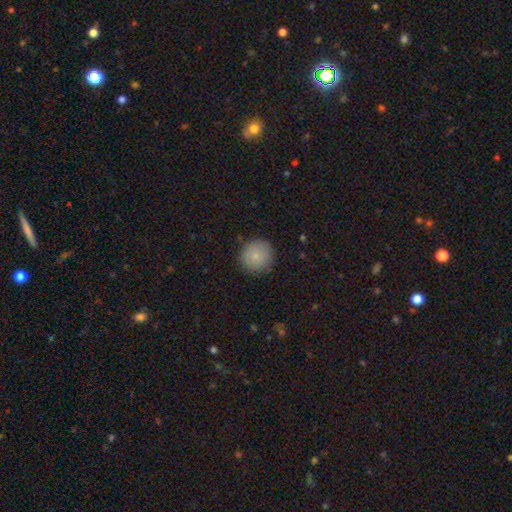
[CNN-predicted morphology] smooth_or_featured: smooth (p=0.84) [alt: star or artifact p=0.09]
how_rounded: round (p=0.95) [alt: in between p=0.04]
merging: none (p=0.88) [alt: minor disturbance p=0.09]